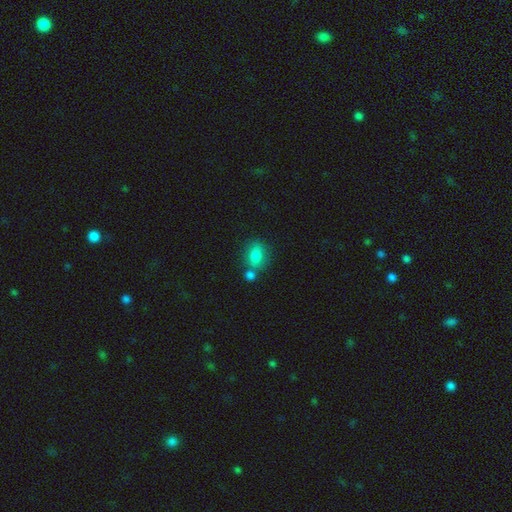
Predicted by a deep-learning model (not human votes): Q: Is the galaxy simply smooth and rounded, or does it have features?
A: smooth — 81%.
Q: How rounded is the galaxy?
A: in between — 70%.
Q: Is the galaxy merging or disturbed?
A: none — 55%.